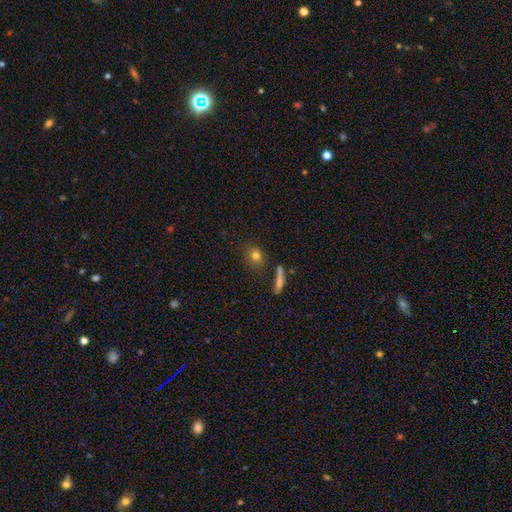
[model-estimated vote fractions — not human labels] Smooth or featured? smooth (77%)
How rounded? round (70%)
Merging? none (78%)